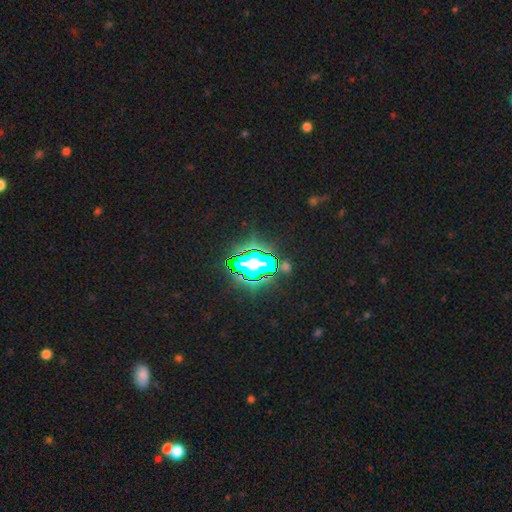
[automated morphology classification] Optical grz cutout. It shows a star or artifact, not a galaxy (68%).